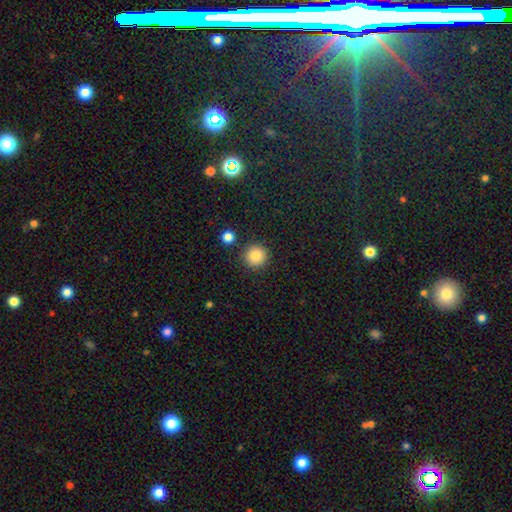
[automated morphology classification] Q: Smooth or featured?
A: smooth (85%); runner-up: star or artifact (10%)
Q: How rounded?
A: round (95%); runner-up: in between (4%)
Q: Merging?
A: none (88%); runner-up: minor disturbance (7%)